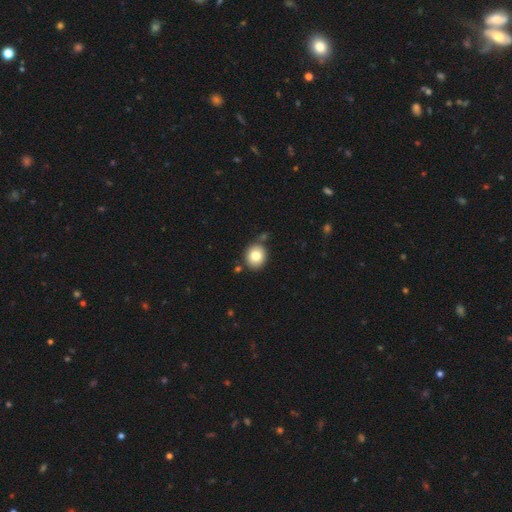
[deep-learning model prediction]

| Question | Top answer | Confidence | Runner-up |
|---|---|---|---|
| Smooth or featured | smooth | 81% | featured or disk (9%) |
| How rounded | round | 75% | in between (24%) |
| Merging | none | 78% | minor disturbance (12%) |